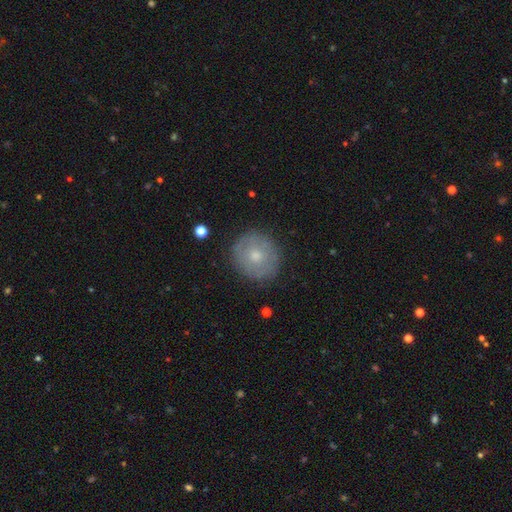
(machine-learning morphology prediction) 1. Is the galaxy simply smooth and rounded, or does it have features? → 58% smooth, 34% featured or disk, 8% star or artifact.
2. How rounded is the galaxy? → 87% round, 12% in between, 1% cigar-shaped.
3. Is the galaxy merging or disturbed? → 84% none, 12% minor disturbance, 3% major disturbance, 1% merger.